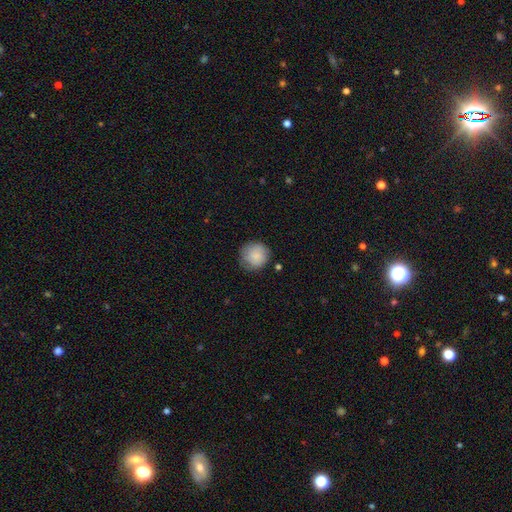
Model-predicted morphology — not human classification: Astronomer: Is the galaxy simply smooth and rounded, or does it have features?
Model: smooth — 85%.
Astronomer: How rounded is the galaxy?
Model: round — 92%.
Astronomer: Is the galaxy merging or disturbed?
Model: none — 76%.